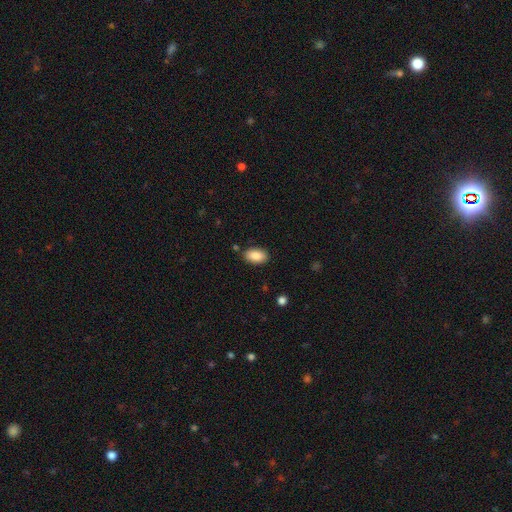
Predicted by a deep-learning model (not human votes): A smooth galaxy with no disk features (87%) that is in between round and cigar-shaped (92%).

Vote fractions:
- Smooth or featured? smooth: 87% / star or artifact: 7% / featured or disk: 6%
- How rounded? in between: 92% / round: 6% / cigar-shaped: 1%
- Merging? none: 85% / minor disturbance: 10% / major disturbance: 2% / merger: 2%